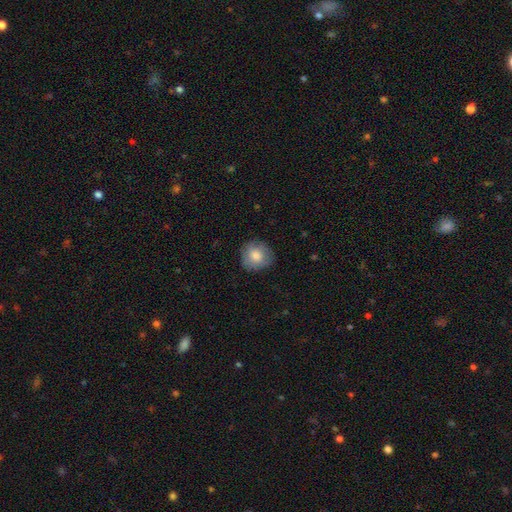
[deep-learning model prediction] This appears to be a smooth galaxy with no disk features (79%) that is round (88%). Merging: none (81%).